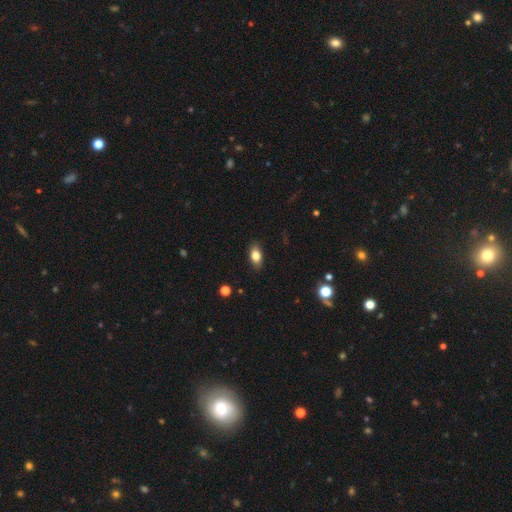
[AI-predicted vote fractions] smooth 82%, featured or disk 10%, star or artifact 8%. Down the decision tree: how rounded — in between (87%); merging — none (87%).